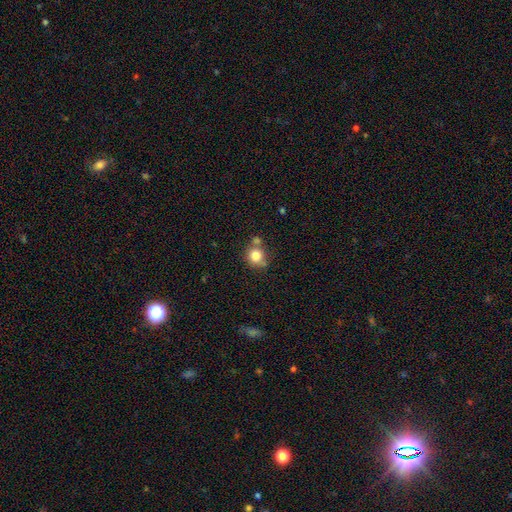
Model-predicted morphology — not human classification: This appears to be a smooth galaxy with no disk features (80%) that is round (85%). Merging: none (58%).